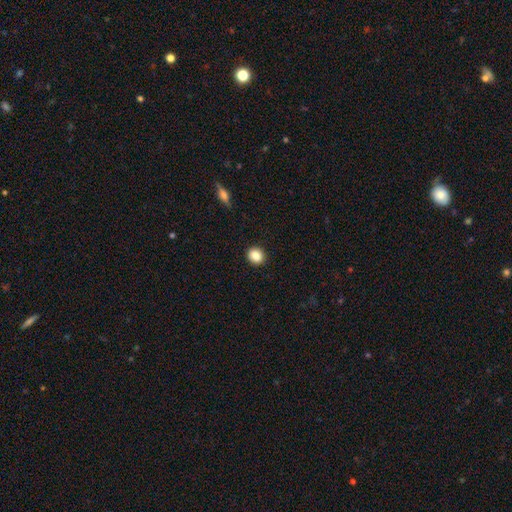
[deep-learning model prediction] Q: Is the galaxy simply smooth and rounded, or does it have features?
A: smooth — 86%.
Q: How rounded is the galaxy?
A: round — 75%.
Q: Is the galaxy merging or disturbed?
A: none — 91%.